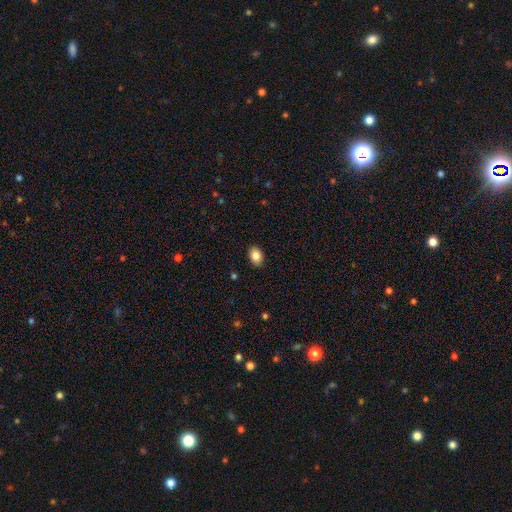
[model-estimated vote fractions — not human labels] smooth-or-featured: smooth: 85% | star or artifact: 8% | featured or disk: 7%
  how-rounded: in between: 84% | round: 15% | cigar-shaped: 1%
  merging: none: 90% | minor disturbance: 8% | major disturbance: 2% | merger: 1%